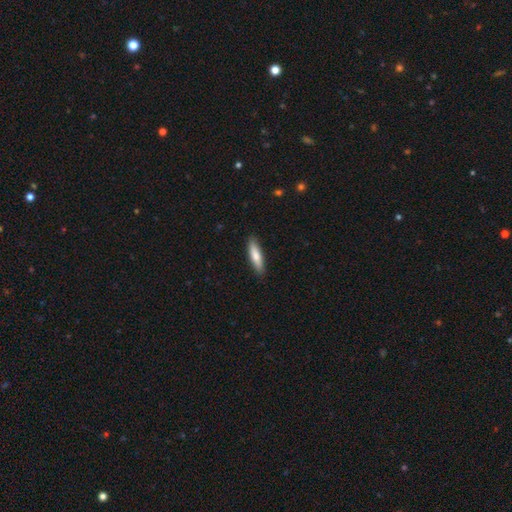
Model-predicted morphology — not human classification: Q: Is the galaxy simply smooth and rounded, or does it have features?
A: smooth — 74%.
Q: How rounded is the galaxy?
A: cigar-shaped — 73%.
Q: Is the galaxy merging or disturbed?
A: none — 88%.